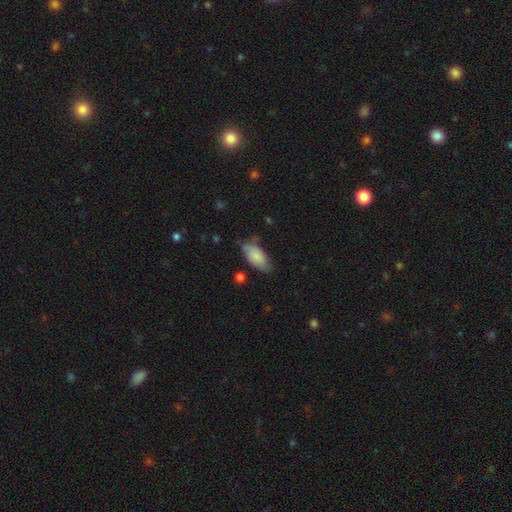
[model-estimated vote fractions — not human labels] The model was most divided on "merging": none: 64%, minor disturbance: 28%, major disturbance: 5%, merger: 3%. More confident: how rounded — in between (90%); smooth or featured — smooth (84%).